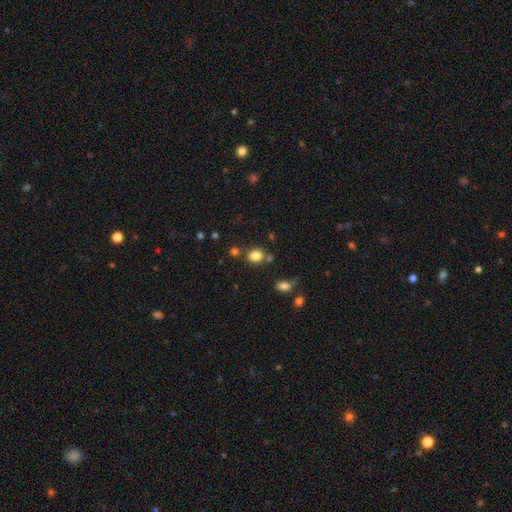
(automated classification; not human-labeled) A smooth galaxy with no disk features (83%) that is round (59%).

Vote fractions:
- Smooth or featured? smooth: 83% / star or artifact: 12% / featured or disk: 6%
- How rounded? round: 59% / in between: 40% / cigar-shaped: 1%
- Merging? none: 73% / minor disturbance: 12% / merger: 12% / major disturbance: 4%